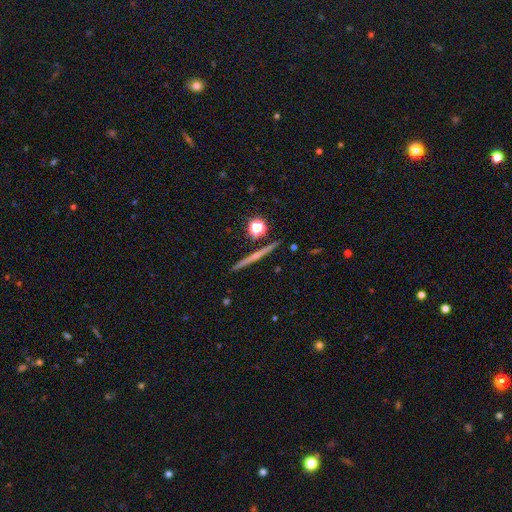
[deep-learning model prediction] This appears to be a featured or disk galaxy (62%) viewed edge-on (98%) with no central bulge (63%). Merging: none (91%).